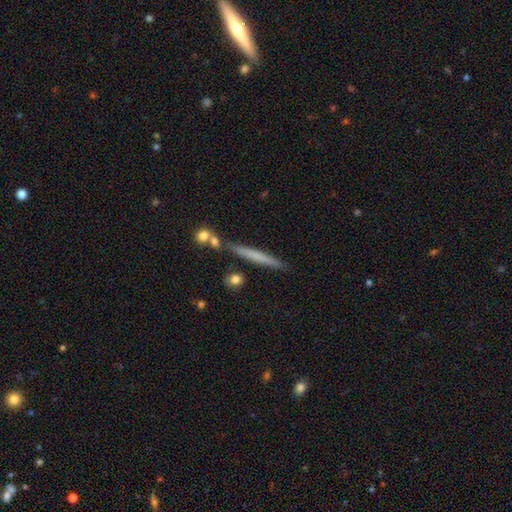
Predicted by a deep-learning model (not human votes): Morphology: type=smooth (54%); roundness=cigar-shaped (95%); merging=none (82%).